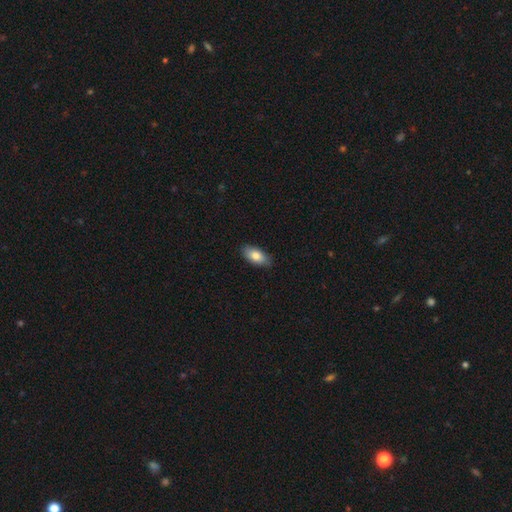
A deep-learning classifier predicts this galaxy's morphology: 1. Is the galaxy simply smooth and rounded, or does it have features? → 82% smooth, 11% featured or disk, 6% star or artifact.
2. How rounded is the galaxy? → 91% in between, 6% cigar-shaped, 3% round.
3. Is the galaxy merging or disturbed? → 87% none, 10% minor disturbance, 2% major disturbance, 1% merger.